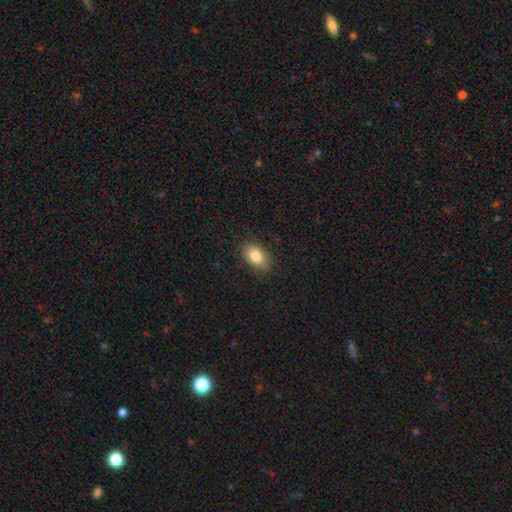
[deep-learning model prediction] Smooth or featured? smooth (83%)
How rounded? in between (87%)
Merging? none (85%)